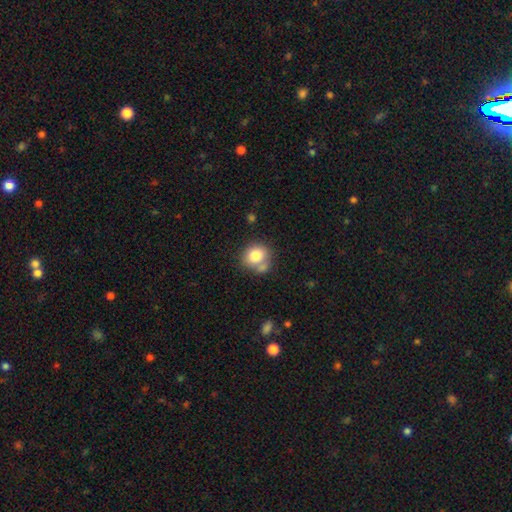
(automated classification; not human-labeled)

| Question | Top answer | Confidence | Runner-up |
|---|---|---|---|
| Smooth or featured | smooth | 79% | featured or disk (11%) |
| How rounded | round | 78% | in between (21%) |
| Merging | none | 56% | merger (23%) |